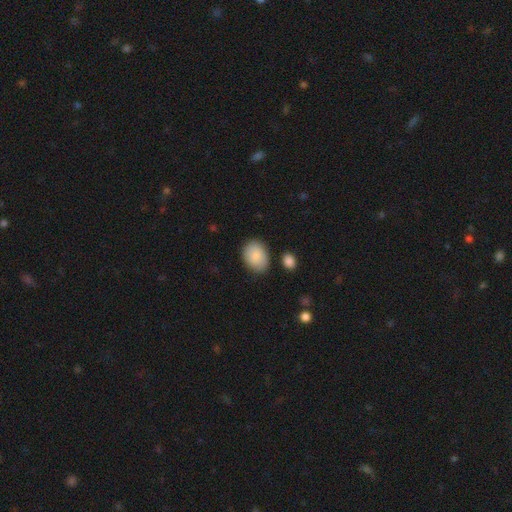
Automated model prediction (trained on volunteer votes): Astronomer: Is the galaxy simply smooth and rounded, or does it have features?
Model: smooth — 87%.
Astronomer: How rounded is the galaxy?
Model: in between — 74%.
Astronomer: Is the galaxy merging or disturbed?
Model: none — 78%.